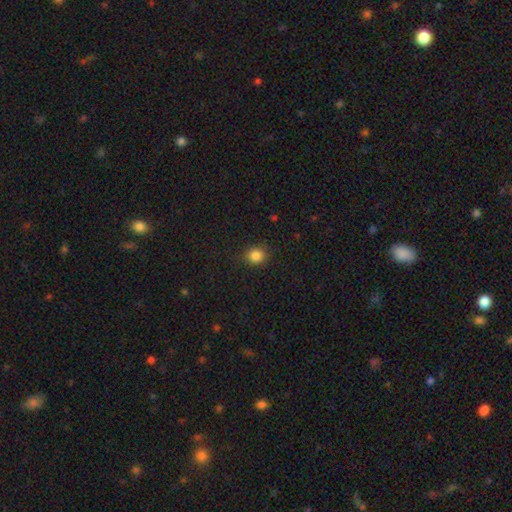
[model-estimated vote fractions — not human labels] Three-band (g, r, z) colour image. It shows a smooth galaxy with no disk features (85%) that is round (86%). Merging: none (88%).